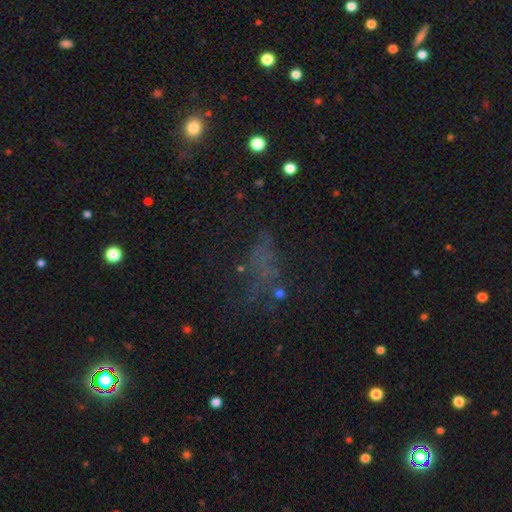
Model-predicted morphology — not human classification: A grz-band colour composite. It shows a star or artifact, not a galaxy (45%).